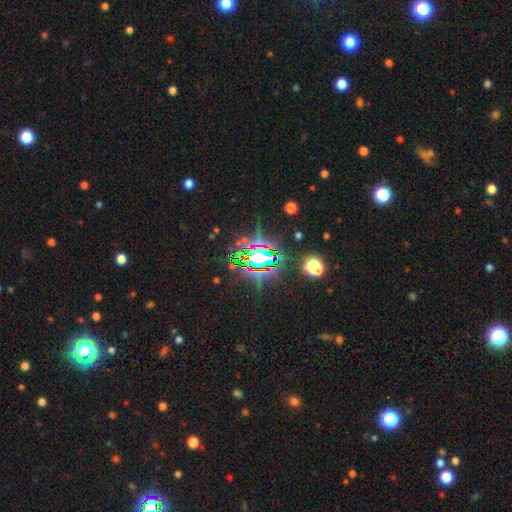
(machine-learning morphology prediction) Smooth or featured? star or artifact (76%)